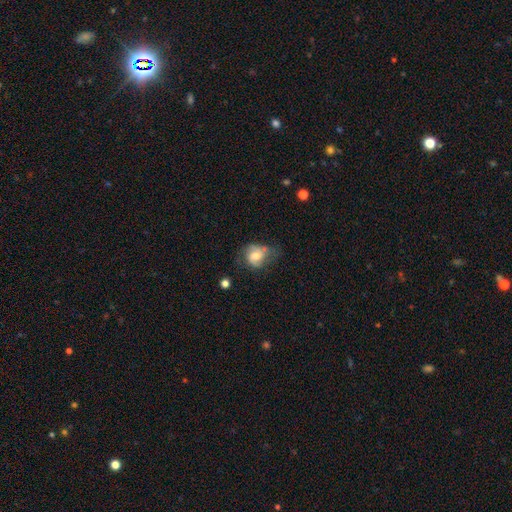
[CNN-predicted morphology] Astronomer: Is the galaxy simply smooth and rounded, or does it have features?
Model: smooth — 48% (runner-up: featured or disk, 43%).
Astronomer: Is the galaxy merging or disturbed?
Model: none — 41% (runner-up: minor disturbance, 33%).